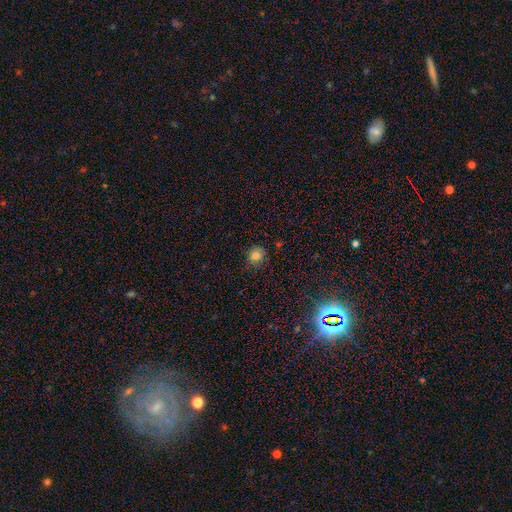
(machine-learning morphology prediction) A smooth galaxy with no disk features (78%) that is round (80%).

Vote fractions:
- Smooth or featured? smooth: 78% / star or artifact: 15% / featured or disk: 7%
- How rounded? round: 80% / in between: 19% / cigar-shaped: 1%
- Merging? none: 79% / minor disturbance: 16% / major disturbance: 4% / merger: 1%